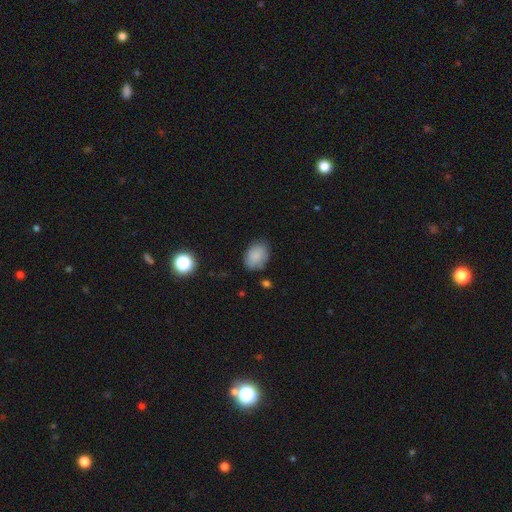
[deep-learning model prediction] This appears to be a smooth galaxy with no disk features (81%) that is in between round and cigar-shaped (73%). Merging: none (75%).